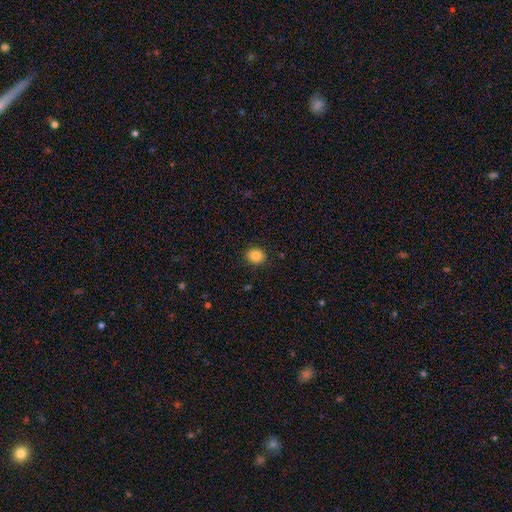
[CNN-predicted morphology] This is clearly a smooth galaxy (84%). How rounded: likely round (67%). Merging: clearly none (89%).